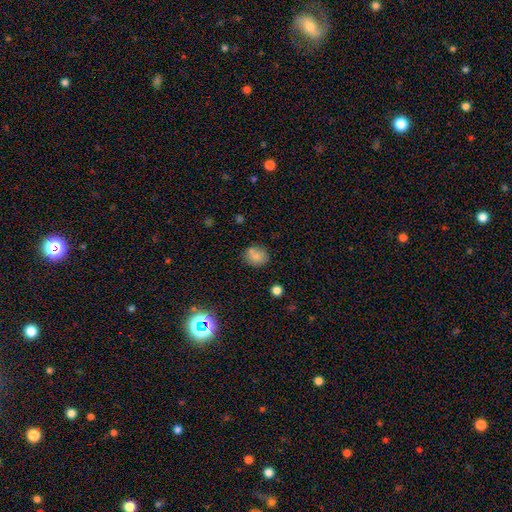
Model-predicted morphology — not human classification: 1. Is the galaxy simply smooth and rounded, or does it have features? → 77% smooth, 12% featured or disk, 11% star or artifact.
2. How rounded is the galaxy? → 64% round, 35% in between, 1% cigar-shaped.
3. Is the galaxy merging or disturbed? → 68% none, 15% merger, 13% minor disturbance, 3% major disturbance.